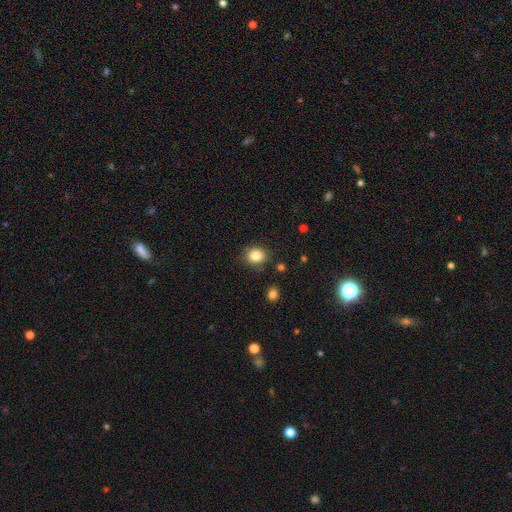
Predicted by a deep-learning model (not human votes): Q: Smooth or featured?
A: smooth (84%); runner-up: star or artifact (10%)
Q: How rounded?
A: round (65%); runner-up: in between (34%)
Q: Merging?
A: none (81%); runner-up: minor disturbance (13%)